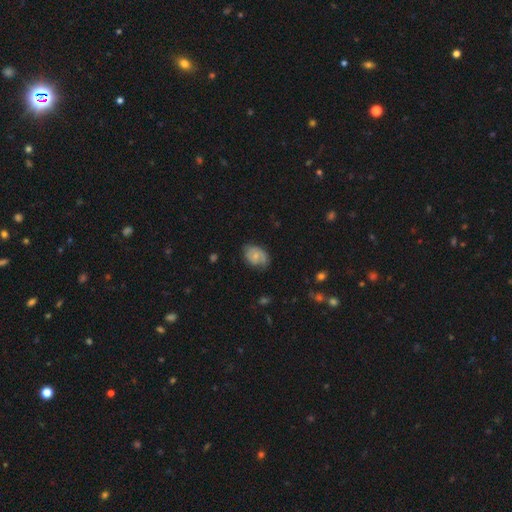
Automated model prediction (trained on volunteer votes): This appears to be a smooth galaxy with no disk features (48%). Merging: none (61%).